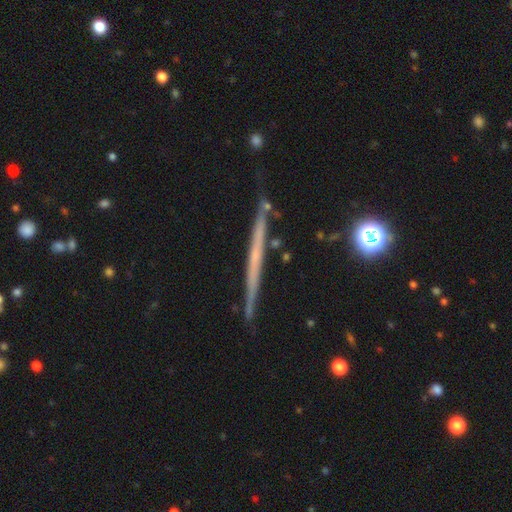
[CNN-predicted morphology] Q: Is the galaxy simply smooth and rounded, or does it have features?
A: featured or disk — 64%.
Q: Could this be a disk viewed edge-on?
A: yes — 97%.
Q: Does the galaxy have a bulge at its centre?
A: none — 88%.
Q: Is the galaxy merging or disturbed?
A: none — 87%.